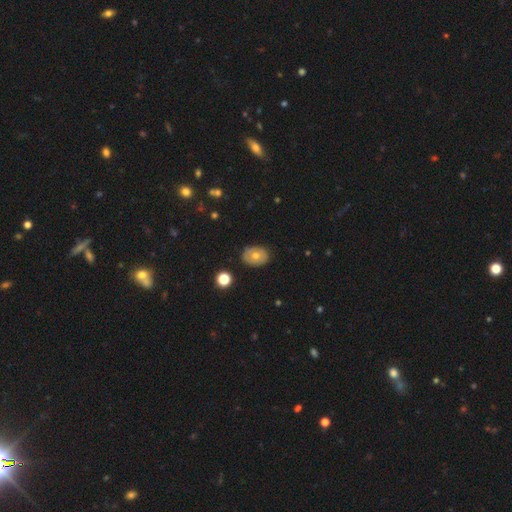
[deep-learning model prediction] A smooth galaxy with no disk features (61%) that is in between round and cigar-shaped (65%). Merging: none (84%).